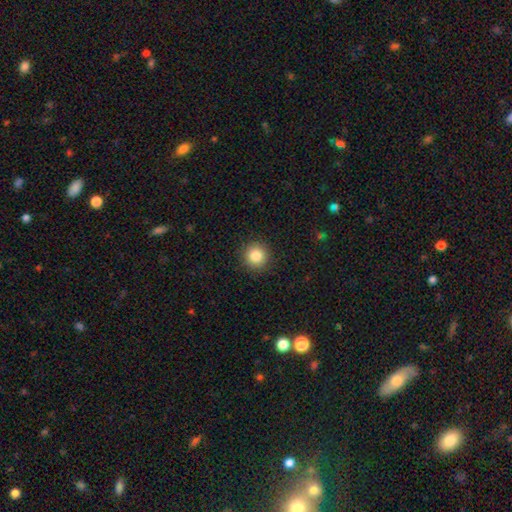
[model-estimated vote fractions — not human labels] A smooth galaxy with no disk features (85%) that is round (94%).

Vote fractions:
- Smooth or featured? smooth: 85% / star or artifact: 10% / featured or disk: 5%
- How rounded? round: 94% / in between: 5% / cigar-shaped: 1%
- Merging? none: 92% / minor disturbance: 5% / major disturbance: 2% / merger: 1%